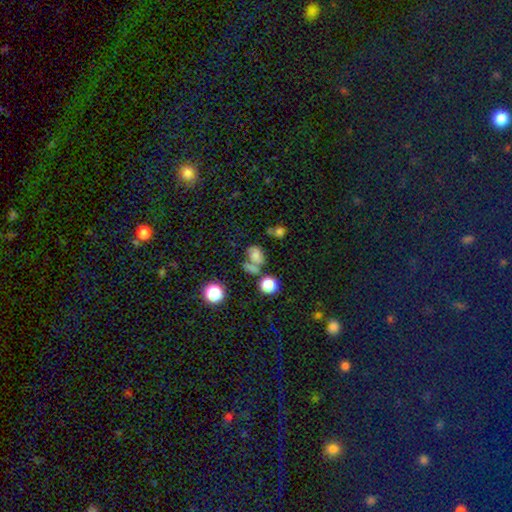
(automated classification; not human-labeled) This is possibly a smooth galaxy (59%). How rounded: possibly in between (53%). Merging: marginally none (39%).